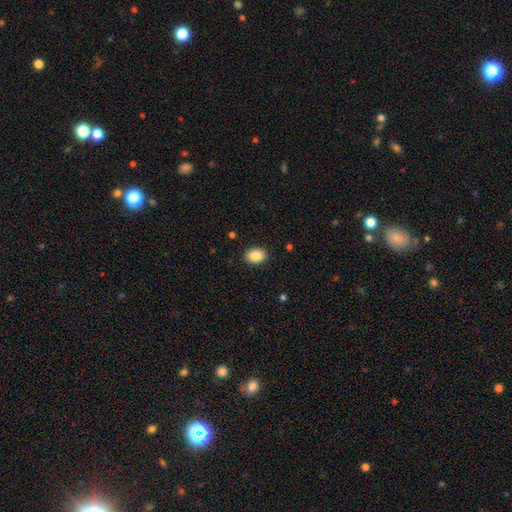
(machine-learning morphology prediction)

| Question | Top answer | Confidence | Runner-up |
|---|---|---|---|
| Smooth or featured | smooth | 89% | star or artifact (7%) |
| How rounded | in between | 78% | round (21%) |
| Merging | none | 90% | minor disturbance (7%) |